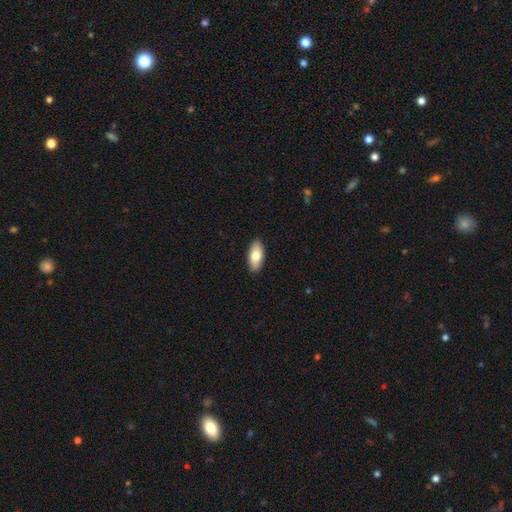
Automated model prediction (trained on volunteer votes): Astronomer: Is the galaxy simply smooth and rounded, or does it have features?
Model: smooth — 78%.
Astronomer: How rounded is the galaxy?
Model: in between — 87%.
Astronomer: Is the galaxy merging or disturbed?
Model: none — 90%.